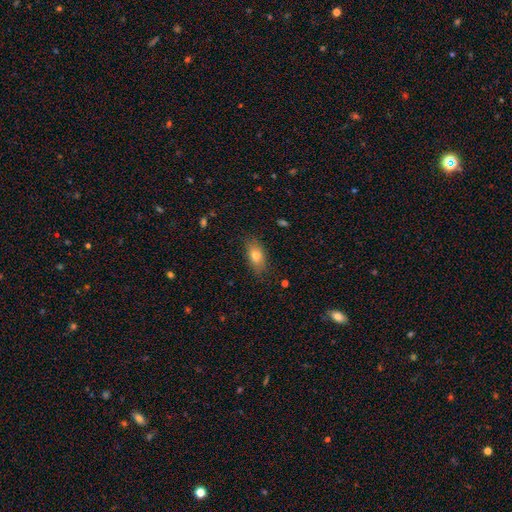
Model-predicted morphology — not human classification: Smooth or featured? Predicted: smooth (p=0.76). How rounded? Predicted: in between (p=0.86). Merging? Predicted: none (p=0.81).